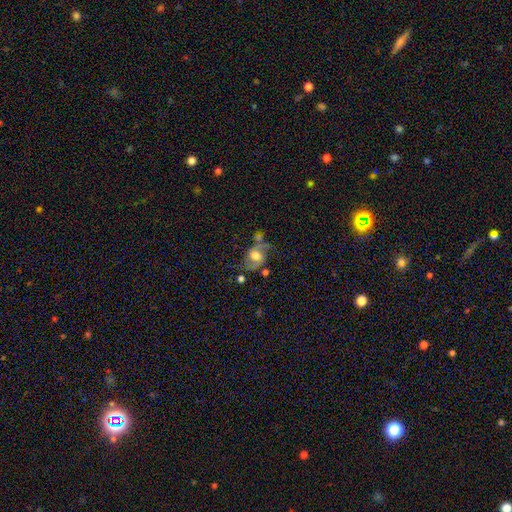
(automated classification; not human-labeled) smooth_or_featured: featured or disk (p=0.54) [alt: smooth p=0.36]
disk_edge_on: no (p=0.95) [alt: yes p=0.05]
bar: no (p=0.54) [alt: weak p=0.35]
has_spiral_arms: yes (p=0.75) [alt: no p=0.25]
bulge_size: moderate (p=0.55) [alt: large p=0.31]
merging: none (p=0.45) [alt: minor disturbance p=0.22]